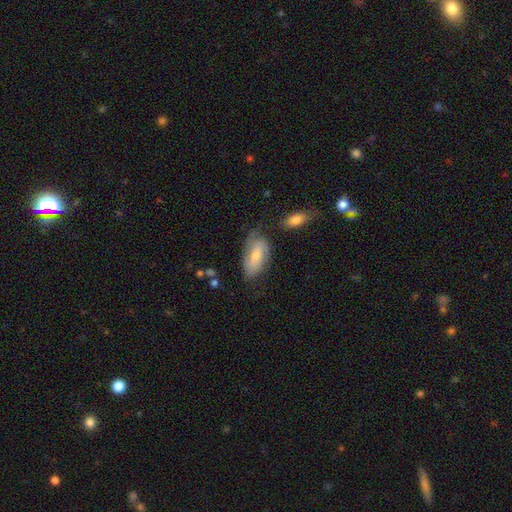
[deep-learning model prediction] Smooth or featured: smooth — 47% (featured or disk — 45%)
Merging: none — 56% (minor disturbance — 28%)